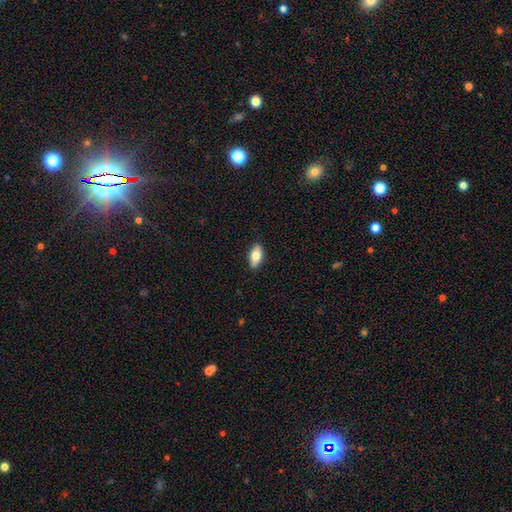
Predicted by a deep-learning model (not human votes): Smooth or featured? Predicted: smooth (p=0.73). How rounded? Predicted: in between (p=0.88). Merging? Predicted: none (p=0.88).